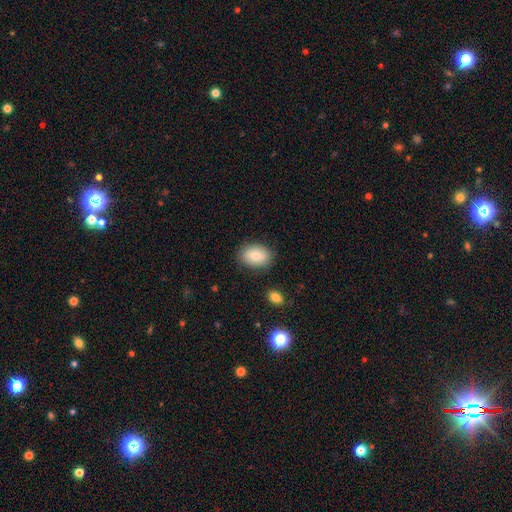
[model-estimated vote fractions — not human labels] Smooth or featured? Predicted: smooth (p=0.80). How rounded? Predicted: in between (p=0.76). Merging? Predicted: none (p=0.84).